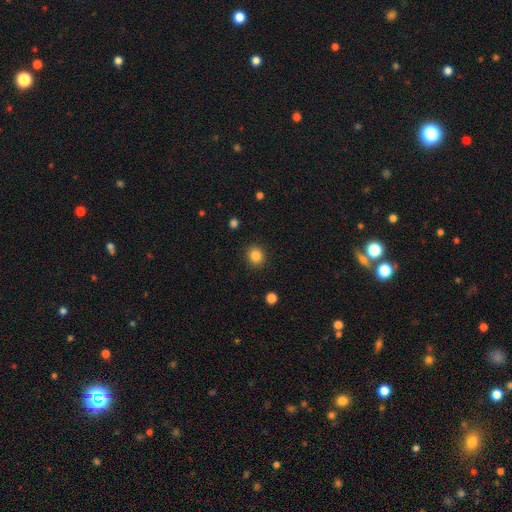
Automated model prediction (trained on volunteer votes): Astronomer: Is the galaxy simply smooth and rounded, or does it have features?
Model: smooth — 85%.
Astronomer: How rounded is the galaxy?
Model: round — 81%.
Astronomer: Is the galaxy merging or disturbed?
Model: none — 90%.